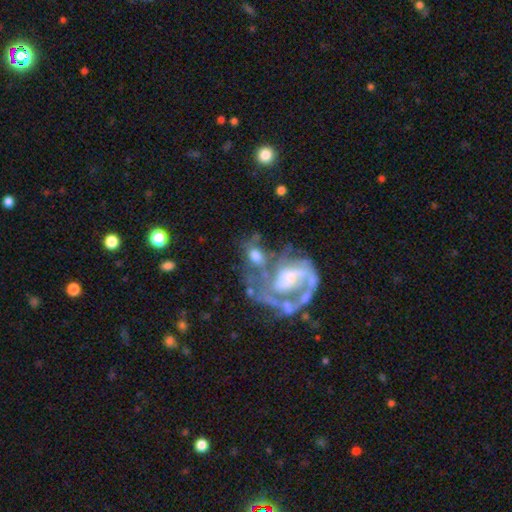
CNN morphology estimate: This is likely a featured or disk galaxy (65%). It is clearly not viewed edge-on (97%). Bar: likely no (65%). Spiral arm pattern: likely yes (70%). Central bulge: marginally moderate (39%). Merging: marginally merger (43%).